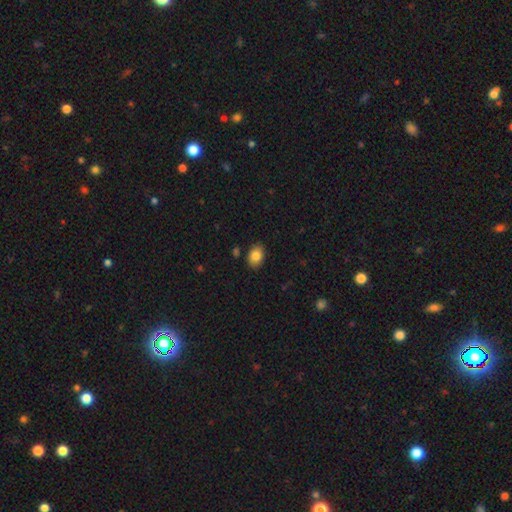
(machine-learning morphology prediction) Overall: smooth (85%). How rounded: in between (76%). Merging: none (87%).